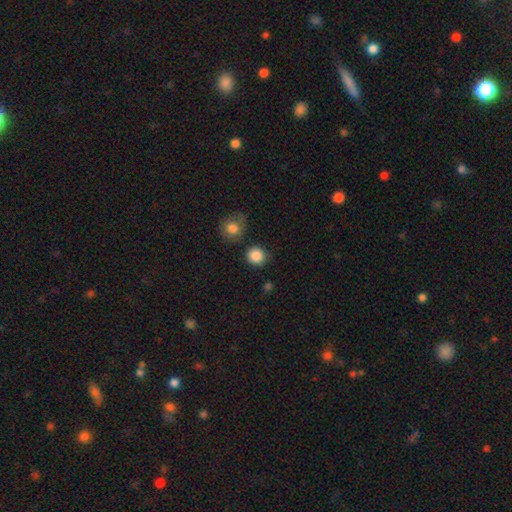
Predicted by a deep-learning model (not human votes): smooth_or_featured: smooth (p=0.87) [alt: star or artifact p=0.09]
how_rounded: round (p=0.90) [alt: in between p=0.09]
merging: none (p=0.82) [alt: minor disturbance p=0.10]